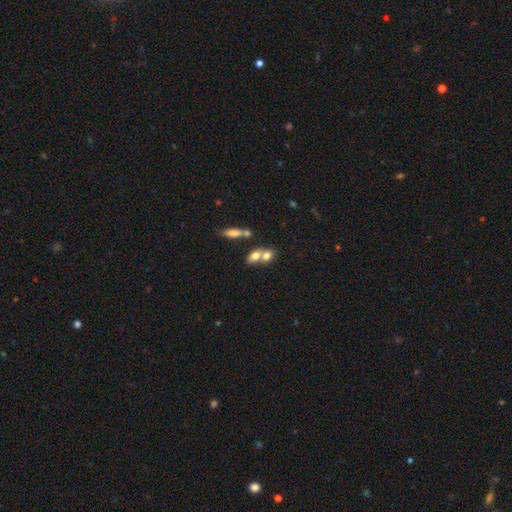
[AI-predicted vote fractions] Overall: smooth (70%). How rounded: in between (67%). Merging: merger (64%; none 25%).